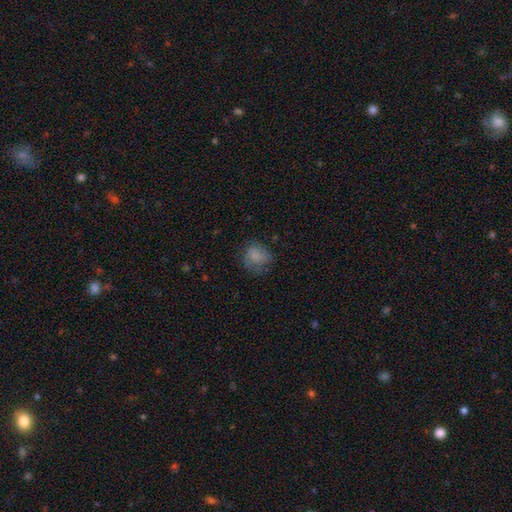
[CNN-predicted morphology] Smooth or featured? Predicted: smooth (p=0.74). How rounded? Predicted: round (p=0.65). Merging? Predicted: none (p=0.59).